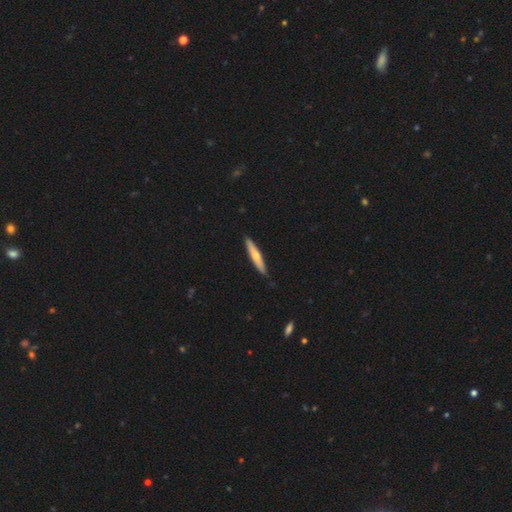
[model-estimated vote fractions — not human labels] smooth 53%, featured or disk 42%, star or artifact 5%. Down the decision tree: how rounded — cigar-shaped (90%); merging — none (89%).